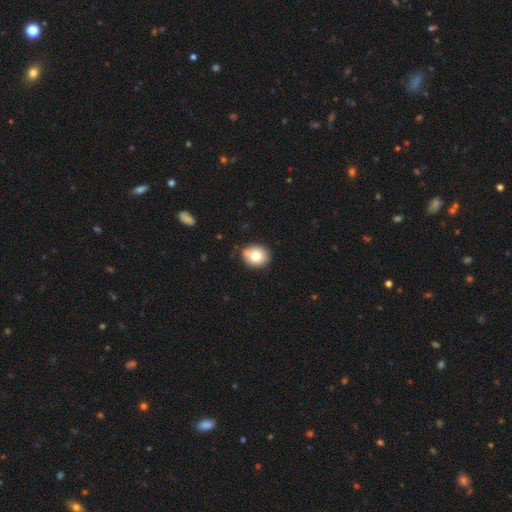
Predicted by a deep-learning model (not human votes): smooth-or-featured: smooth: 77% | featured or disk: 14% | star or artifact: 9%
  how-rounded: round: 69% | in between: 30% | cigar-shaped: 1%
  merging: none: 80% | minor disturbance: 15% | merger: 3% | major disturbance: 3%